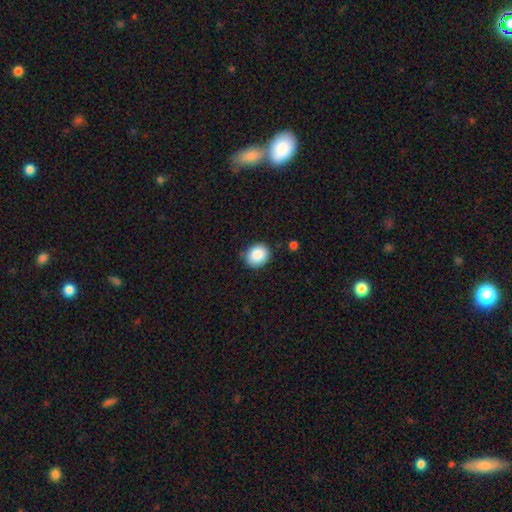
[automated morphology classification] A smooth galaxy with no disk features (88%) that is round (65%). Merging: none (85%).